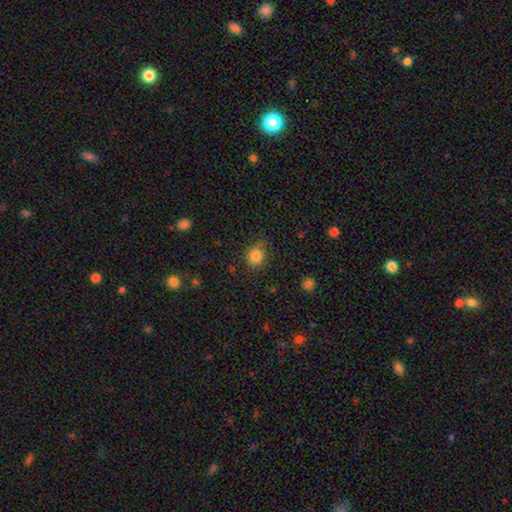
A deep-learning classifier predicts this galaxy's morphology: A smooth galaxy with no disk features (84%) that is round (74%). Merging: none (76%).